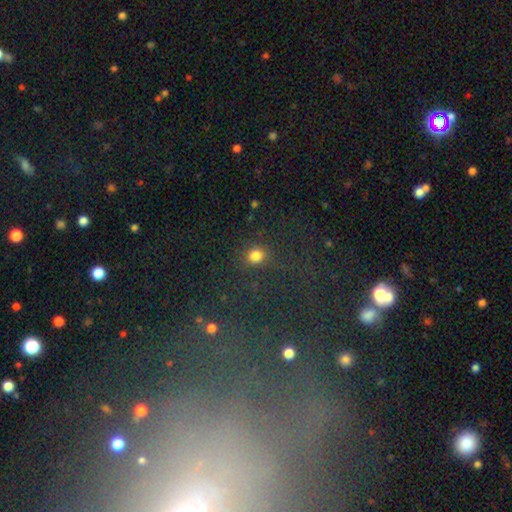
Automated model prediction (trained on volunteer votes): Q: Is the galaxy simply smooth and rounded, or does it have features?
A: smooth — 74%.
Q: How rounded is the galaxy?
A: round — 78%.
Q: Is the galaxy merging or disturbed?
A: none — 82%.